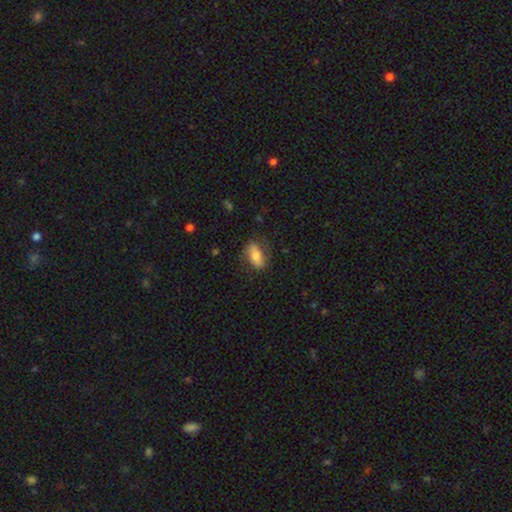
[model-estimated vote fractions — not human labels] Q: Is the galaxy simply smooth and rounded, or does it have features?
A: smooth — 66%.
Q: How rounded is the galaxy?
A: in between — 84%.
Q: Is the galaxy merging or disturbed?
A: none — 71%.